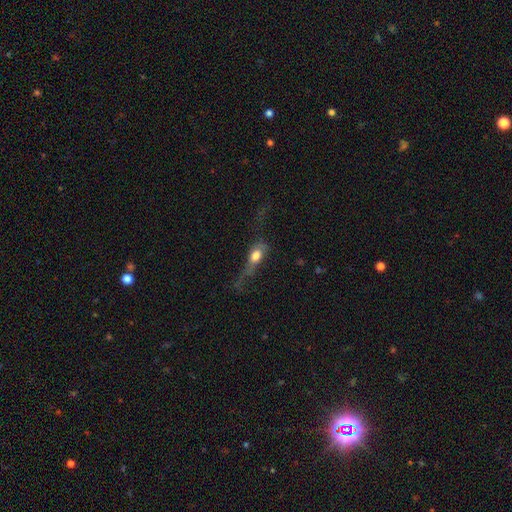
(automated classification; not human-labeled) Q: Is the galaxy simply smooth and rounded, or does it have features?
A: smooth — 60%.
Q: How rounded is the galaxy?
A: in between — 63%.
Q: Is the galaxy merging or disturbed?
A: major disturbance — 49%.